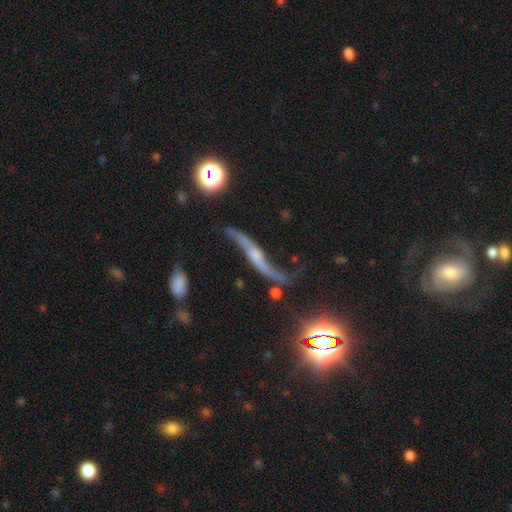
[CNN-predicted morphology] Smooth or featured? featured or disk (81%)
Edge-on disk? no (67%)
Bar? no (52%)
Spiral arms? yes (95%)
Spiral winding? loose (93%)
Spiral arm count? 2 (93%)
Bulge size? small (47%)
Merging? none (66%)